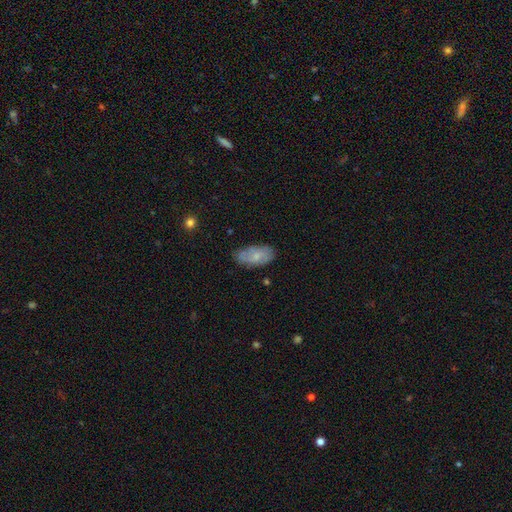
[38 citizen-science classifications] Morphology: type=smooth (63%); roundness=in between (100%); merging=none (65%).